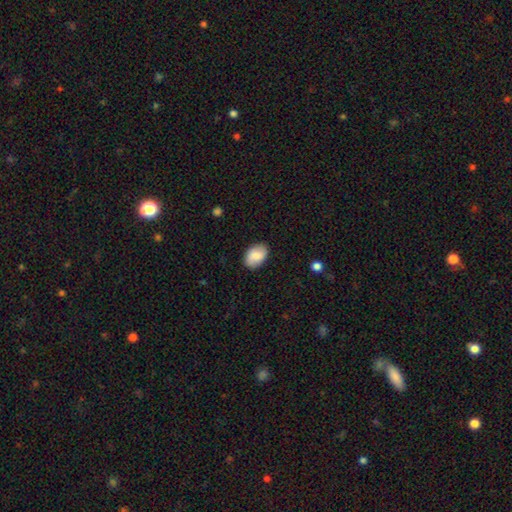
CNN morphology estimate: Overall: smooth (80%). How rounded: in between (84%). Merging: none (85%).